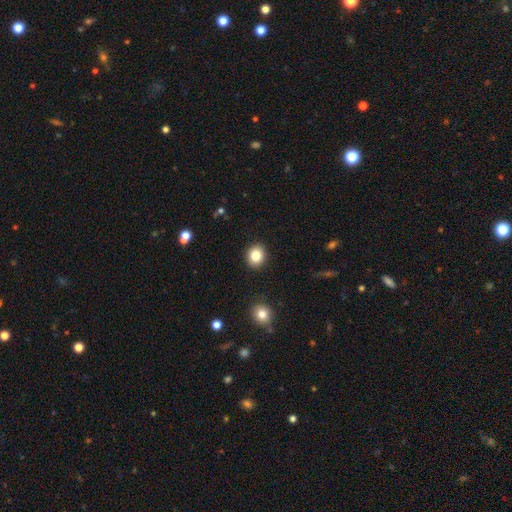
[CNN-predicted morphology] Smooth or featured? Predicted: smooth (p=0.83). How rounded? Predicted: round (p=0.79). Merging? Predicted: none (p=0.92).